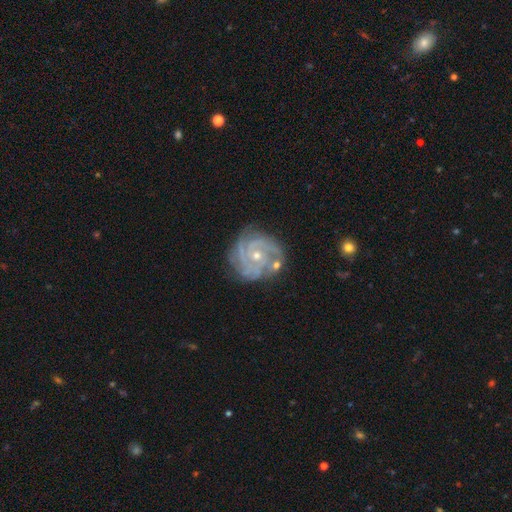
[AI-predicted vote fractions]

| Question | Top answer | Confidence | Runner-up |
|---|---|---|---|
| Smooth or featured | featured or disk | 89% | star or artifact (6%) |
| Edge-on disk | no | 98% | yes (2%) |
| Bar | no | 74% | weak (21%) |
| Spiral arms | yes | 98% | no (2%) |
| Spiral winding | tight | 72% | medium (24%) |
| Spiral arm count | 3 | 37% | 4 (23%) |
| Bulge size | small | 56% | moderate (41%) |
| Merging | none | 72% | minor disturbance (18%) |